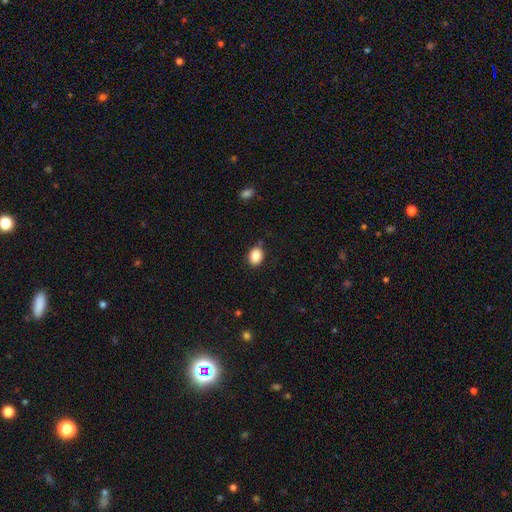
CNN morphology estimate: type=smooth (87%); roundness=in between (67%); merging=none (83%).